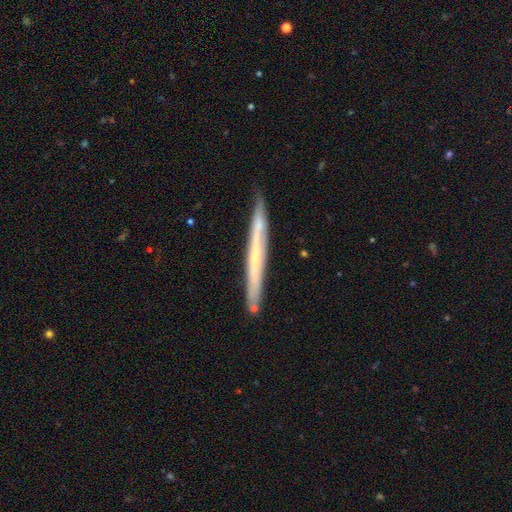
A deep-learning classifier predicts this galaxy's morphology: smooth-or-featured: featured or disk: 55% | smooth: 39% | star or artifact: 6%
  disk-edge-on: yes: 94% | no: 6%
    edge-on-bulge: none: 84% | rounded: 11% | boxy: 5%
  merging: none: 83% | minor disturbance: 12% | merger: 3% | major disturbance: 2%